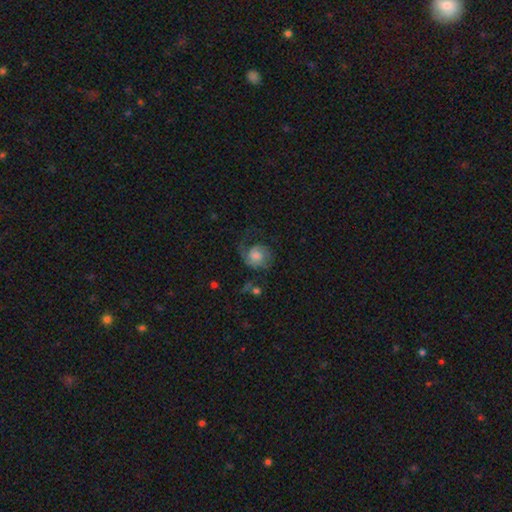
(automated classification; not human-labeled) smooth-or-featured: featured or disk: 63% | smooth: 30% | star or artifact: 8%
  disk-edge-on: no: 98% | yes: 2%
    bar: no: 68% | weak: 28% | strong: 4%
    has-spiral-arms: yes: 91% | no: 9%
      spiral-winding: medium: 40% | tight: 30% | loose: 29%
      spiral-arm-count: 2: 53% | 1: 33% | can't tell: 9% | 3: 3% | 4: 1% | more than 4: 1%
    bulge-size: moderate: 41% | small: 23% | large: 21% | none: 11% | dominant: 4%
  merging: none: 50% | major disturbance: 27% | minor disturbance: 20% | merger: 3%